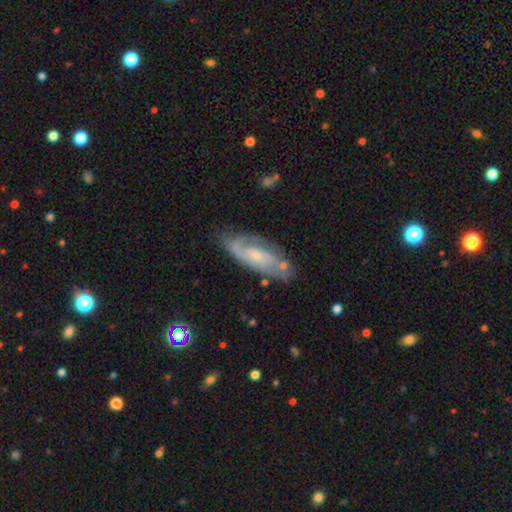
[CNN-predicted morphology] smooth-or-featured: featured or disk: 75% | smooth: 18% | star or artifact: 6%
  disk-edge-on: no: 89% | yes: 11%
    bar: no: 62% | weak: 31% | strong: 7%
    has-spiral-arms: yes: 89% | no: 11%
      spiral-winding: medium: 42% | tight: 39% | loose: 19%
      spiral-arm-count: 2: 55% | can't tell: 28% | 1: 8% | 3: 6% | 4: 2% | more than 4: 2%
    bulge-size: small: 71% | moderate: 22% | none: 5% | large: 1% | dominant: 1%
  merging: none: 68% | minor disturbance: 21% | major disturbance: 8% | merger: 3%